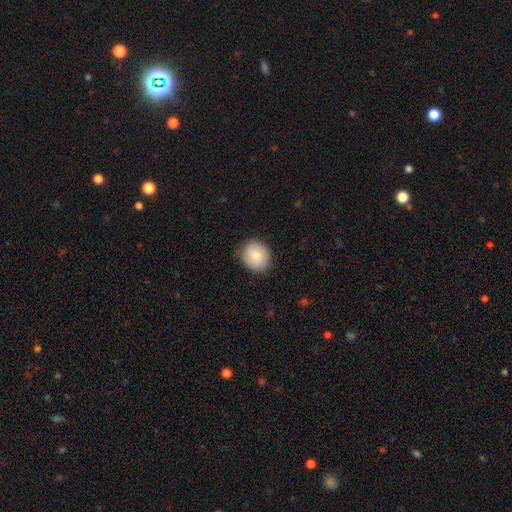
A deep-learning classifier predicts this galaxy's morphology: Overall: smooth (84%). How rounded: round (76%). Merging: none (84%).